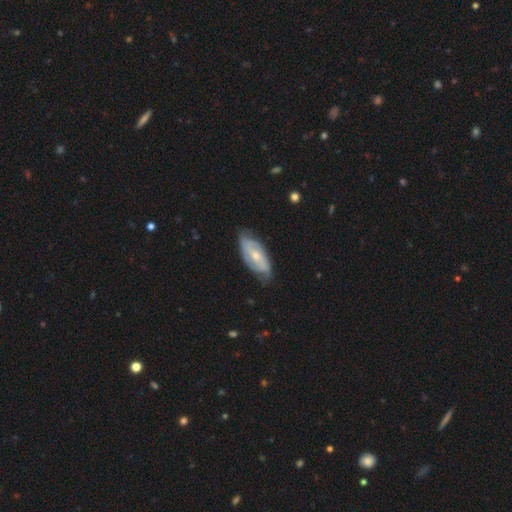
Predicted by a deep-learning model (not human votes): This appears to be a featured or disk galaxy (68%) with no bar (47%), 2 (54%) tight (47%) spiral arms (83%) and a small central bulge (49%). Merging: none (70%).